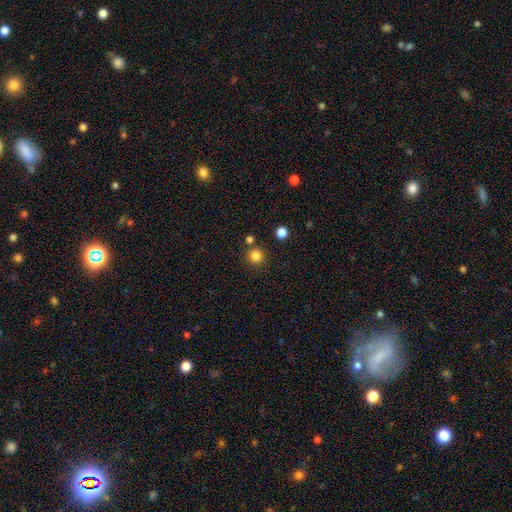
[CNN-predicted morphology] This appears to be a smooth galaxy with no disk features (83%) that is round (95%). Merging: none (84%).